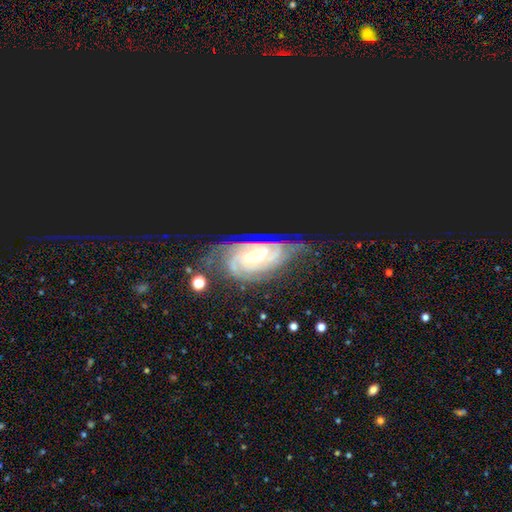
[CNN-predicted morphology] A featured or disk galaxy (87%) with no bar (49%), 3 (26%) tight (75%) spiral arms (98%) and a moderate central bulge (58%). Merging: none (64%).